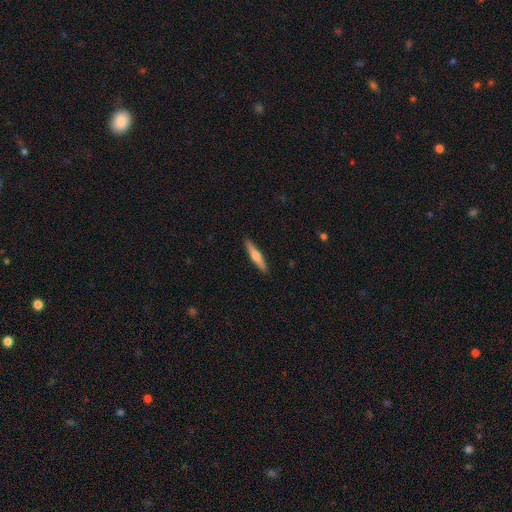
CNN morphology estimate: type=smooth (49%); merging=none (91%).